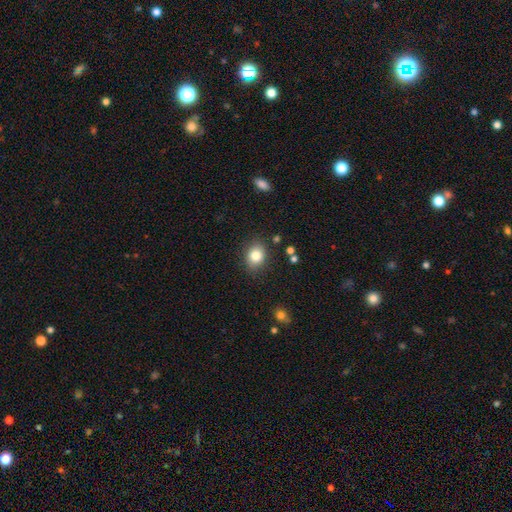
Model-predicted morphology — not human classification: Overall: smooth (82%). How rounded: round (53%; in between 46%). Merging: none (85%).